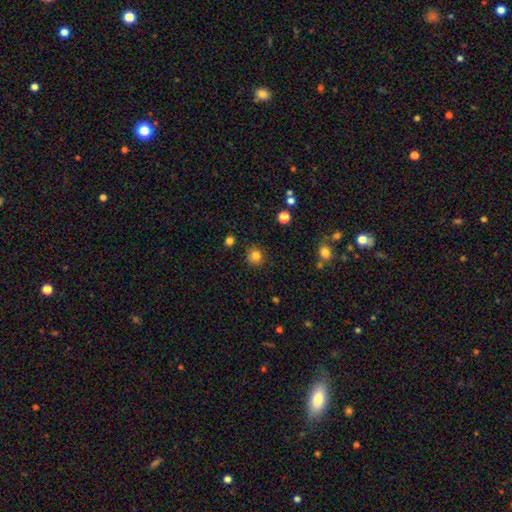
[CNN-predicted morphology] smooth_or_featured: smooth (p=0.83) [alt: star or artifact p=0.12]
how_rounded: round (p=0.88) [alt: in between p=0.11]
merging: none (p=0.87) [alt: minor disturbance p=0.09]